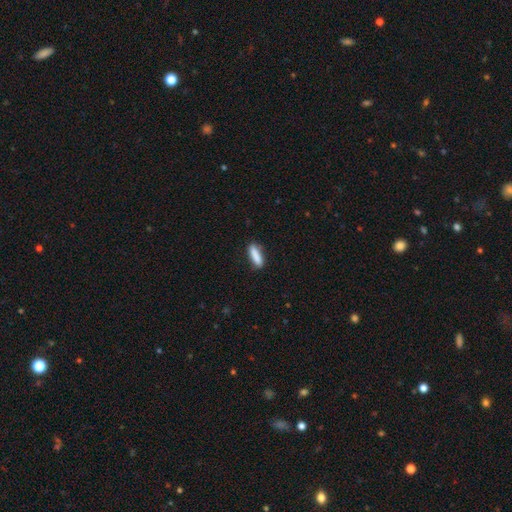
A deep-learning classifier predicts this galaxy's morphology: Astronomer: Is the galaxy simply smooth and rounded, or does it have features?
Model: smooth — 85%.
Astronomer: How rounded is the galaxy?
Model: cigar-shaped — 67%.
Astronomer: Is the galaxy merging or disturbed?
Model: none — 82%.